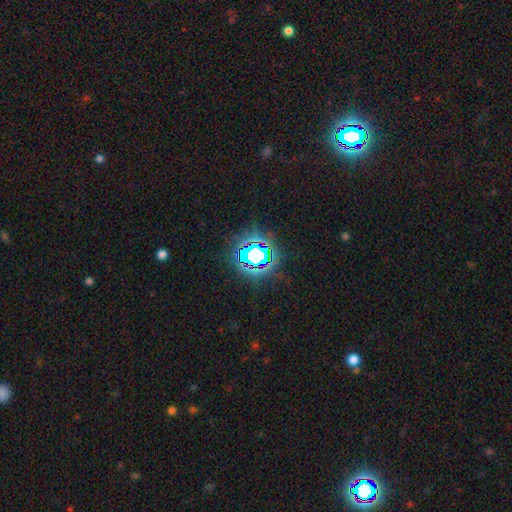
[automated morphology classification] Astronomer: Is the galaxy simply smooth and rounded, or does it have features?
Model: star or artifact — 67%.